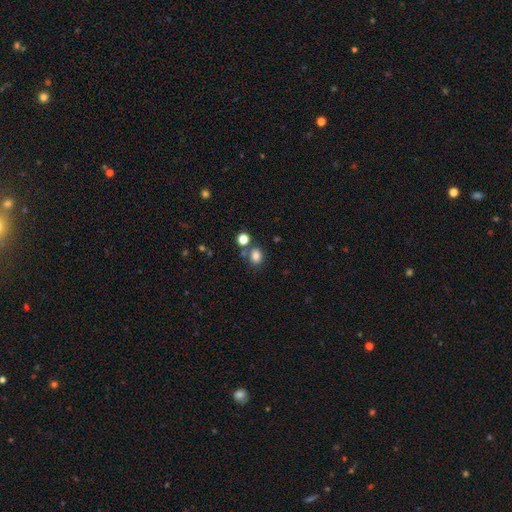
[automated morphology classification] Smooth or featured?
  - smooth: 82% *
  - star or artifact: 13%
  - featured or disk: 5%
How rounded?
  - round: 53% *
  - in between: 46%
  - cigar-shaped: 1%
Merging?
  - none: 67% *
  - merger: 17%
  - minor disturbance: 12%
  - major disturbance: 5%